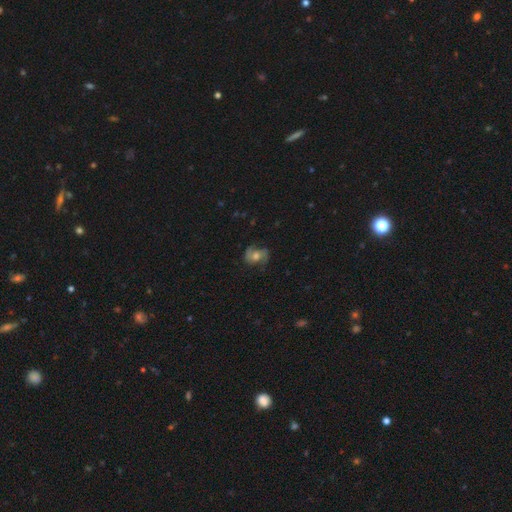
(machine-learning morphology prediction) Smooth or featured?
  - featured or disk: 66% *
  - smooth: 25%
  - star or artifact: 10%
Edge-on disk?
  - no: 97% *
  - yes: 3%
Bar?
  - no: 61% *
  - weak: 30%
  - strong: 9%
Spiral arms?
  - yes: 89% *
  - no: 11%
Spiral winding?
  - medium: 48% *
  - loose: 32%
  - tight: 20%
Spiral arm count?
  - 2: 83% *
  - can't tell: 8%
  - 1: 4%
  - 3: 3%
  - 4: 1%
  - more than 4: 1%
Bulge size?
  - moderate: 64% *
  - small: 16%
  - large: 16%
  - none: 3%
  - dominant: 2%
Merging?
  - none: 70% *
  - minor disturbance: 19%
  - major disturbance: 10%
  - merger: 1%